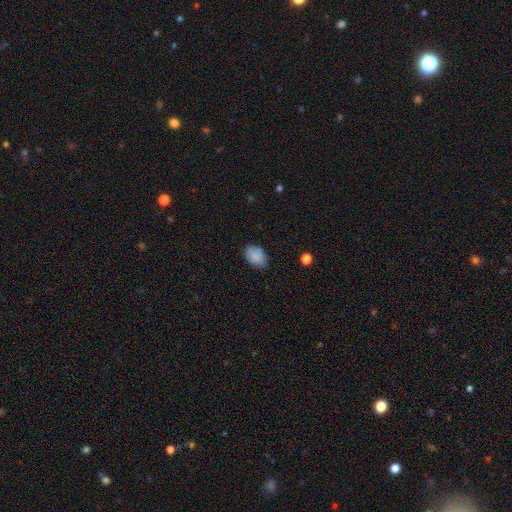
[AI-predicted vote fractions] The model was most divided on "merging": none: 75%, minor disturbance: 20%, major disturbance: 4%, merger: 2%. More confident: smooth or featured — smooth (83%); how rounded — in between (79%).